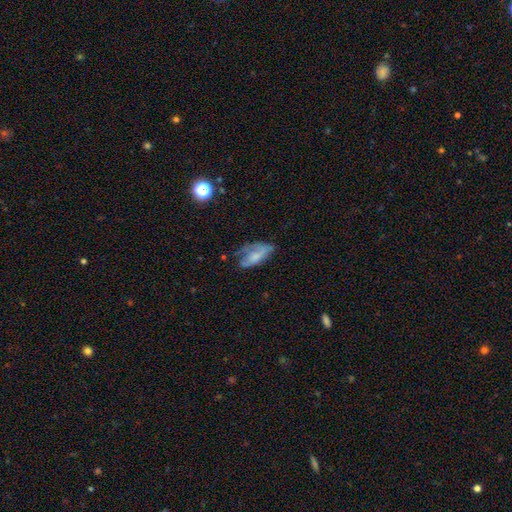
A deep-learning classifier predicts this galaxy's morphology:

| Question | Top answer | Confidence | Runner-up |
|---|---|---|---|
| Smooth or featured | smooth | 51% | featured or disk (40%) |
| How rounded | in between | 84% | cigar-shaped (13%) |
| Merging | none | 38% | minor disturbance (31%) |